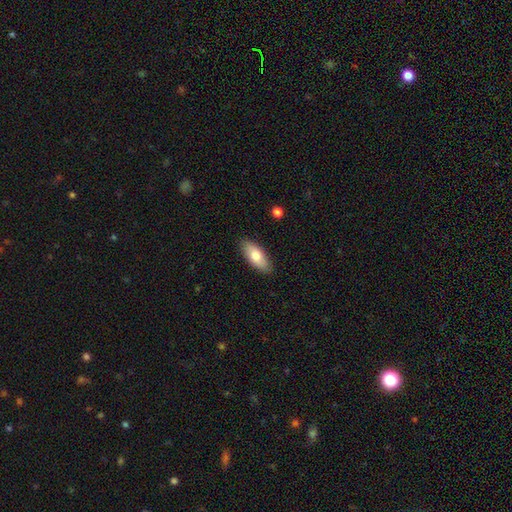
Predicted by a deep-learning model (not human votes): smooth_or_featured: smooth (p=0.76) [alt: featured or disk p=0.18]
how_rounded: in between (p=0.85) [alt: cigar-shaped p=0.13]
merging: none (p=0.88) [alt: minor disturbance p=0.09]